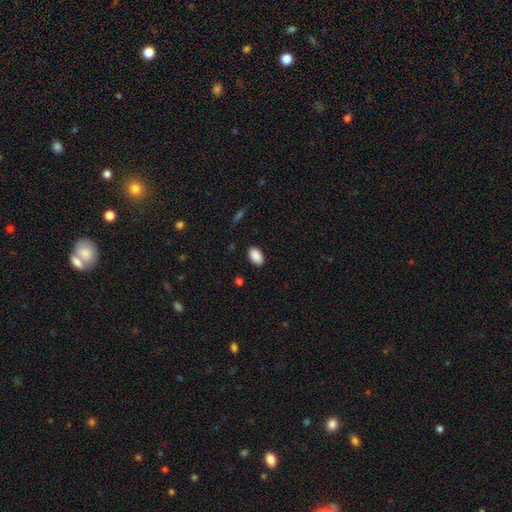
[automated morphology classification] smooth 90%, star or artifact 7%, featured or disk 3%. Down the decision tree: how rounded — in between (93%); merging — none (87%).